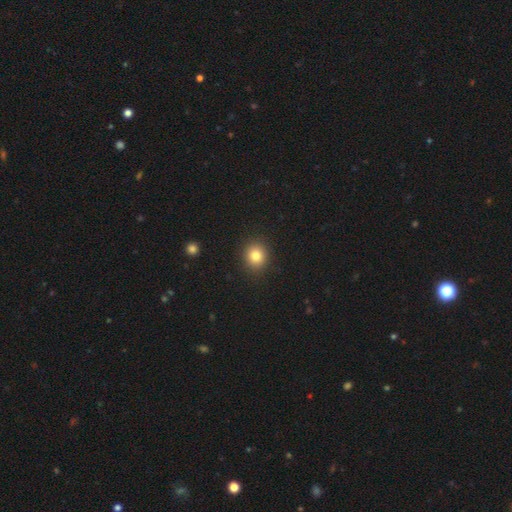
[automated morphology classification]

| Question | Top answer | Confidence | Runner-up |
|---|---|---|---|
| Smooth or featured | smooth | 82% | star or artifact (11%) |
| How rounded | round | 81% | in between (18%) |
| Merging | none | 91% | minor disturbance (6%) |